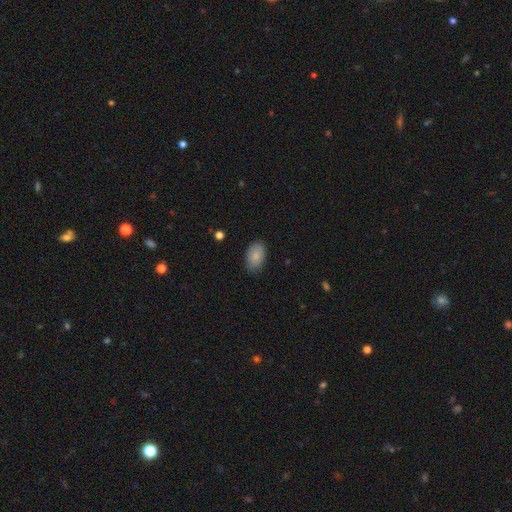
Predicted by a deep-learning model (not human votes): Smooth or featured? Predicted: smooth (p=0.86). How rounded? Predicted: in between (p=0.91). Merging? Predicted: none (p=0.82).